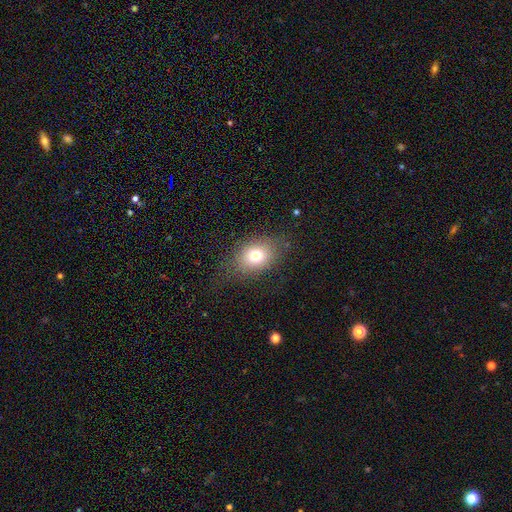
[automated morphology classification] Smooth or featured? Predicted: smooth (p=0.74). How rounded? Predicted: in between (p=0.65). Merging? Predicted: none (p=0.74).